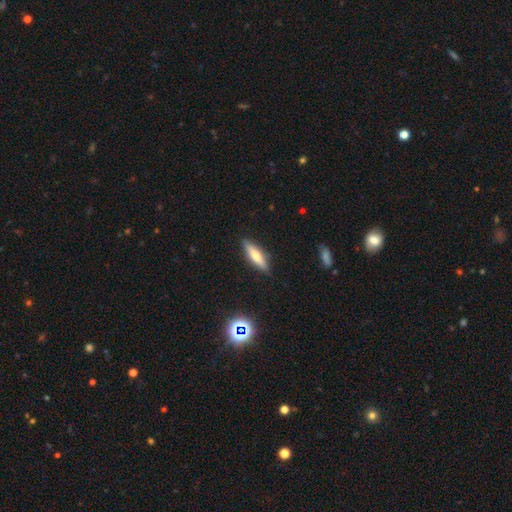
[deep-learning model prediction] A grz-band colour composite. It shows a smooth galaxy with no disk features (56%) that is cigar-shaped (70%). Merging: none (89%).